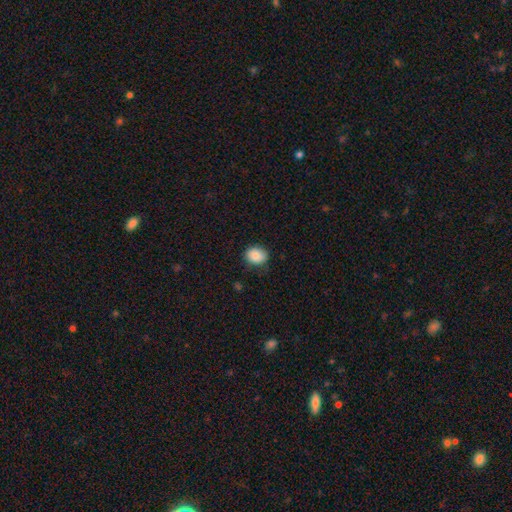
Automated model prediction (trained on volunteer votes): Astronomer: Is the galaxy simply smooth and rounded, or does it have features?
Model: smooth — 87%.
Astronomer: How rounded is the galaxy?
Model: round — 51% (runner-up: in between, 48%).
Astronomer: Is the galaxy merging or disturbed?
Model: none — 80%.